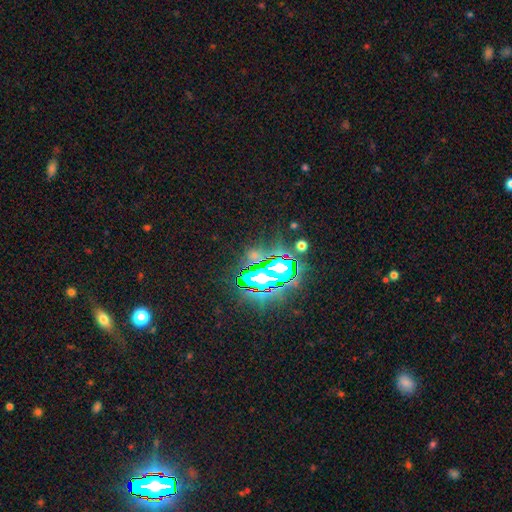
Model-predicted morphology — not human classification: The model was most divided on "smooth or featured": star or artifact: 74%, smooth: 16%, featured or disk: 10%.